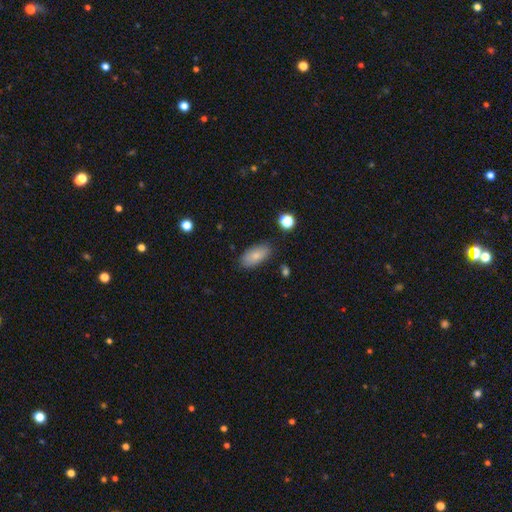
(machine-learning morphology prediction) Overall: smooth (82%). How rounded: in between (91%). Merging: none (81%).